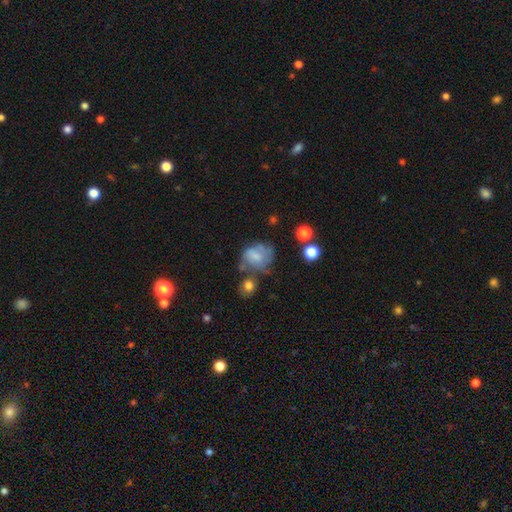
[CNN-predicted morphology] This is possibly a smooth galaxy (55%). How rounded: possibly round (55%). Merging: marginally none (35%).